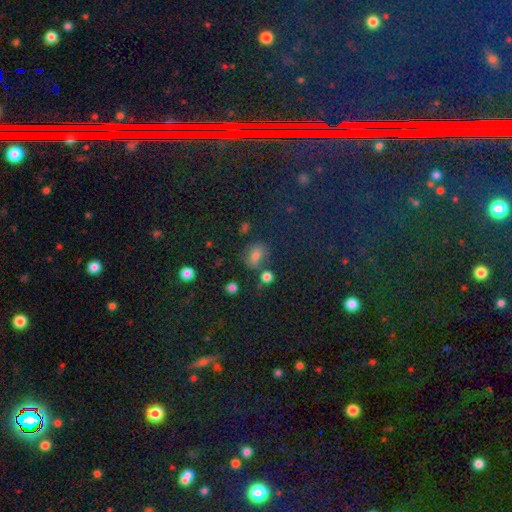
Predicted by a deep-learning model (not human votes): A smooth galaxy with no disk features (66%) that is in between round and cigar-shaped (61%).

Vote fractions:
- Smooth or featured? smooth: 66% / star or artifact: 21% / featured or disk: 13%
- How rounded? in between: 61% / round: 36% / cigar-shaped: 2%
- Merging? none: 68% / minor disturbance: 17% / merger: 9% / major disturbance: 6%